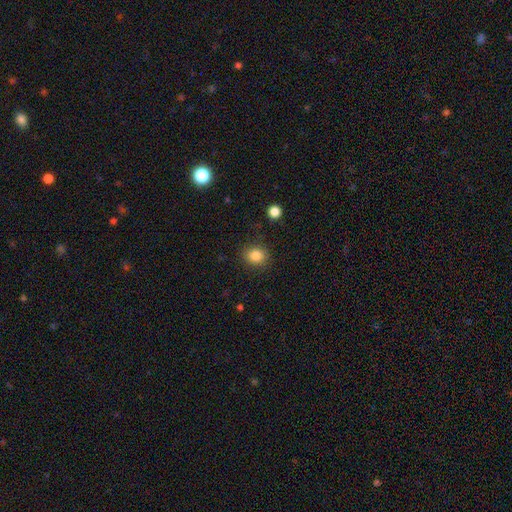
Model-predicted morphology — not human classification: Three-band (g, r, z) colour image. It shows a smooth galaxy with no disk features (84%) that is round (72%). Merging: none (87%).